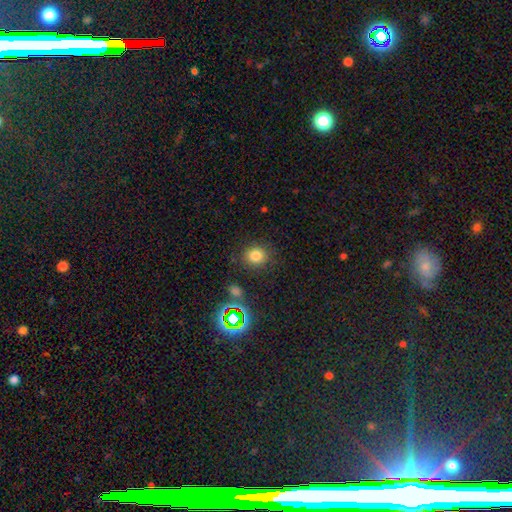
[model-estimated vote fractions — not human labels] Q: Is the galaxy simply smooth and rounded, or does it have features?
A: smooth — 77%.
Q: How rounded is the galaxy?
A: round — 76%.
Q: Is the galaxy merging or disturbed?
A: none — 84%.